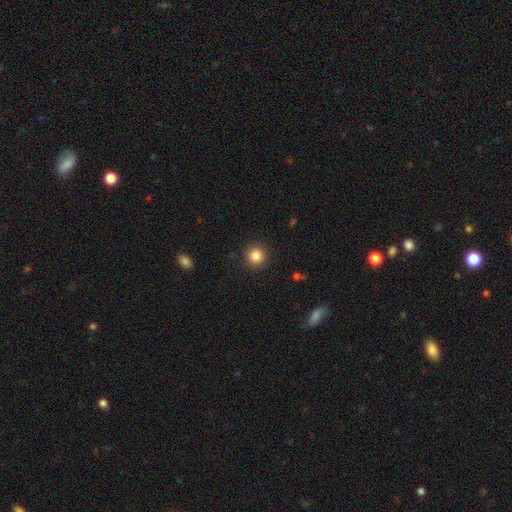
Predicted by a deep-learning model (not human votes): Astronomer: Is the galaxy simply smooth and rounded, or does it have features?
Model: smooth — 85%.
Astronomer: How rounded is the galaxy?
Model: round — 94%.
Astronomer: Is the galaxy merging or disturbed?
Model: none — 91%.